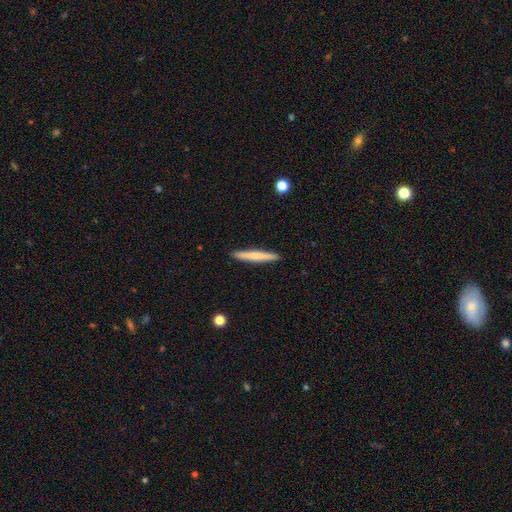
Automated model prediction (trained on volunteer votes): Overall: smooth (64%; featured or disk 30%). How rounded: cigar-shaped (96%). Merging: none (91%).